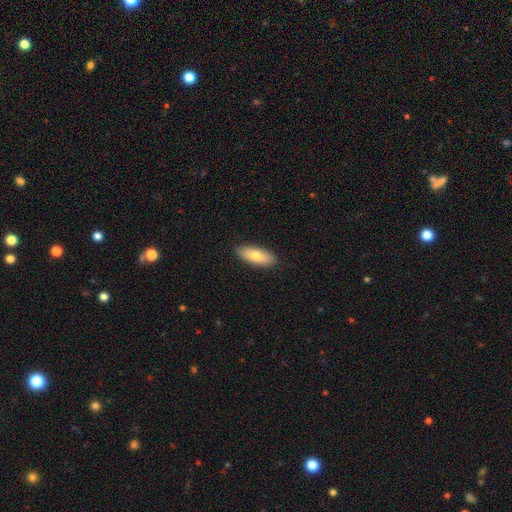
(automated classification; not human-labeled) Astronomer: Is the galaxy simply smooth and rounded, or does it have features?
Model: smooth — 77%.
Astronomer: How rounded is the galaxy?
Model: in between — 74%.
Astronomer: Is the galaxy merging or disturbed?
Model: none — 89%.